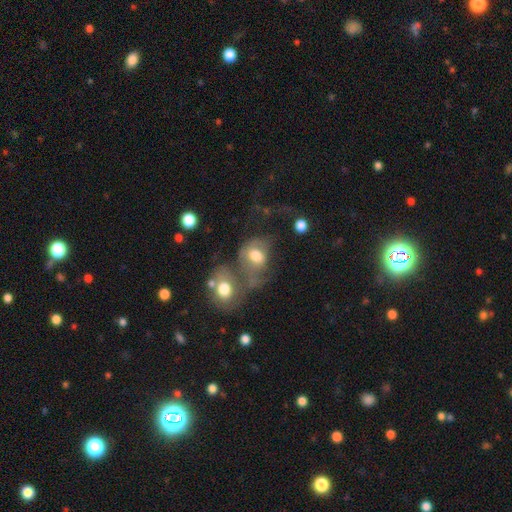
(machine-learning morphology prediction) A smooth galaxy with no disk features (59%) that is in between round and cigar-shaped (54%).

Vote fractions:
- Smooth or featured? smooth: 59% / featured or disk: 29% / star or artifact: 11%
- How rounded? in between: 54% / round: 45% / cigar-shaped: 1%
- Merging? merger: 50% / major disturbance: 21% / none: 17% / minor disturbance: 12%